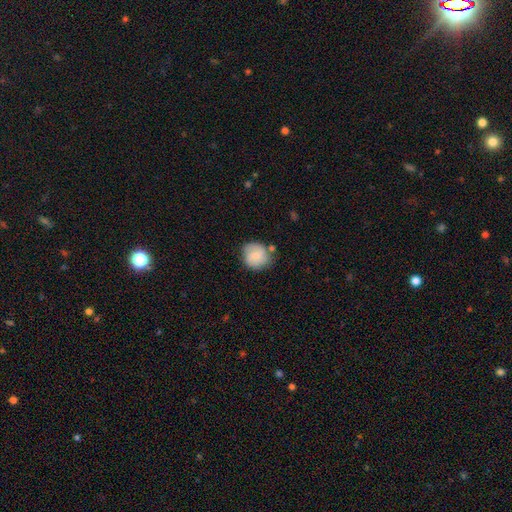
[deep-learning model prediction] The model was most divided on "smooth or featured": smooth: 67%, featured or disk: 25%, star or artifact: 7%. More confident: how rounded — round (83%); merging — none (66%).